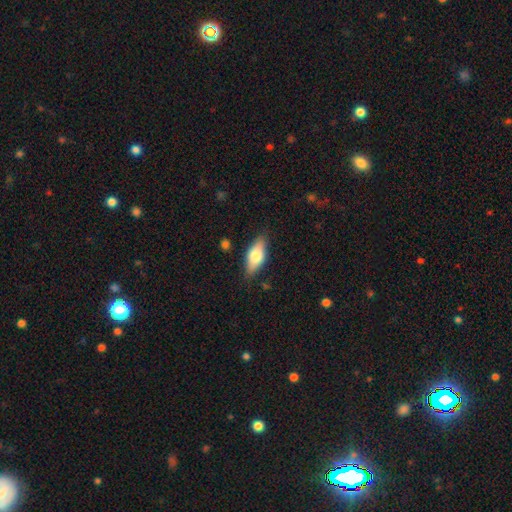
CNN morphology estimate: This is likely a smooth galaxy (68%). How rounded: clearly in between (81%). Merging: clearly none (82%).